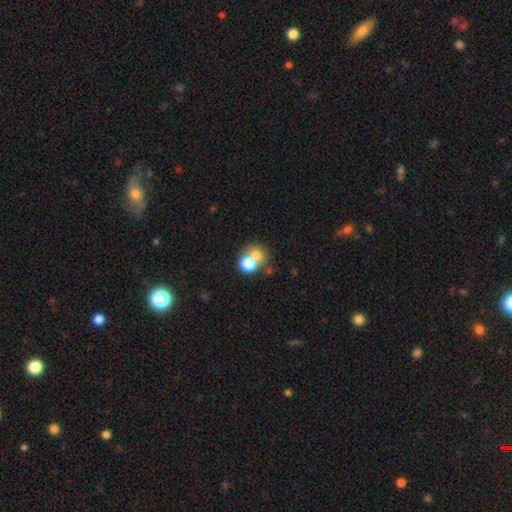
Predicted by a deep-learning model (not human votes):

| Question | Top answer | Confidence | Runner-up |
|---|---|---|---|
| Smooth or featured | smooth | 70% | featured or disk (16%) |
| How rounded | round | 76% | in between (23%) |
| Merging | merger | 54% | none (35%) |